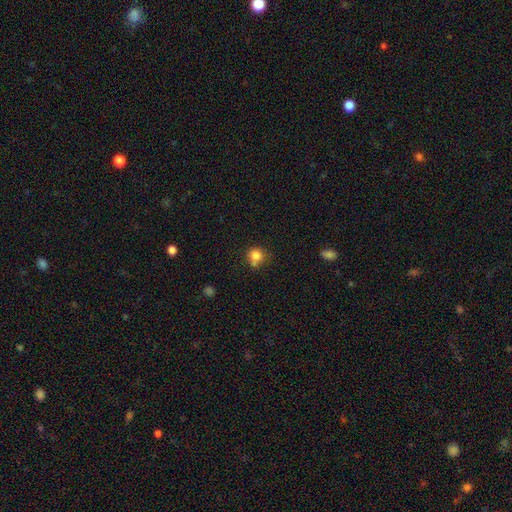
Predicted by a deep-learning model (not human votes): Q: Smooth or featured?
A: smooth (81%); runner-up: star or artifact (12%)
Q: How rounded?
A: round (83%); runner-up: in between (16%)
Q: Merging?
A: none (57%); runner-up: merger (20%)